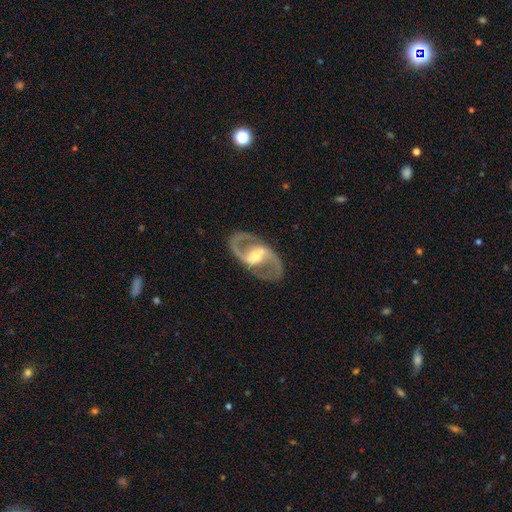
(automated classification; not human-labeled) Smooth or featured?
  - featured or disk: 91% *
  - smooth: 5%
  - star or artifact: 4%
Edge-on disk?
  - no: 97% *
  - yes: 3%
Bar?
  - strong: 45% *
  - weak: 40%
  - no: 15%
Spiral arms?
  - yes: 96% *
  - no: 4%
Spiral winding?
  - medium: 62% *
  - loose: 24%
  - tight: 14%
Spiral arm count?
  - 2: 94% *
  - can't tell: 2%
  - 1: 1%
  - 3: 1%
  - 4: 1%
  - more than 4: 1%
Bulge size?
  - moderate: 57% *
  - small: 30%
  - large: 9%
  - none: 3%
  - dominant: 1%
Merging?
  - none: 86% *
  - minor disturbance: 9%
  - major disturbance: 4%
  - merger: 1%